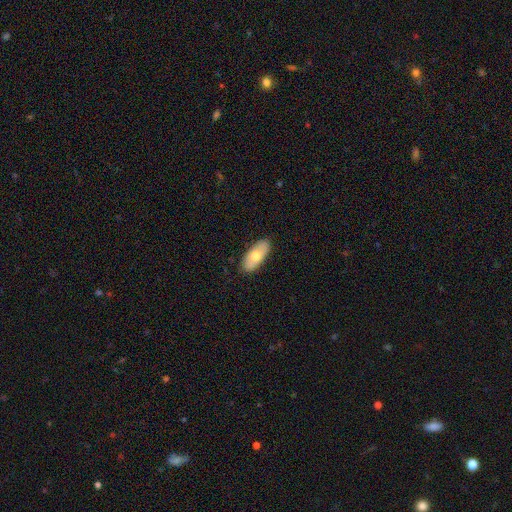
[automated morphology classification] Smooth or featured?
  - smooth: 65% *
  - featured or disk: 29%
  - star or artifact: 6%
How rounded?
  - in between: 87% *
  - cigar-shaped: 10%
  - round: 3%
Merging?
  - none: 87% *
  - minor disturbance: 10%
  - major disturbance: 2%
  - merger: 1%